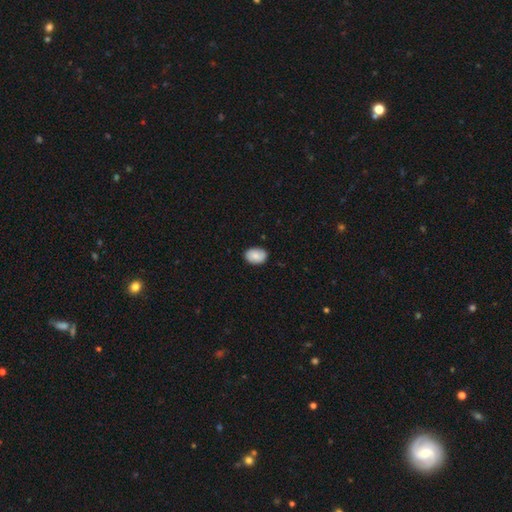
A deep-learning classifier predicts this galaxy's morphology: type=smooth (82%); roundness=in between (79%); merging=none (86%).